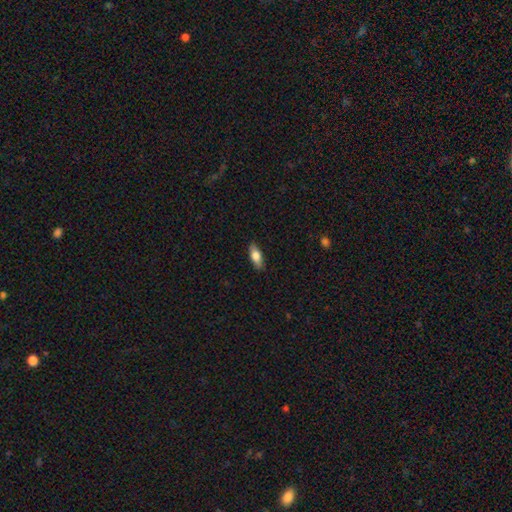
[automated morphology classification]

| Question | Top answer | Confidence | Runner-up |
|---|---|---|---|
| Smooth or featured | smooth | 75% | featured or disk (18%) |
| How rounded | in between | 72% | cigar-shaped (25%) |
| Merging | none | 86% | minor disturbance (11%) |